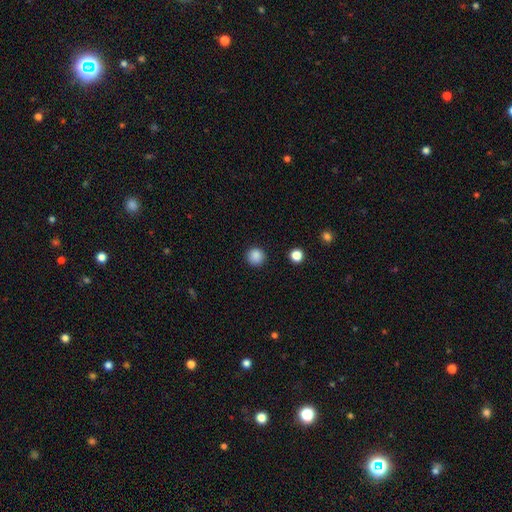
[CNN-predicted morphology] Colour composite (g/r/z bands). It shows a smooth galaxy with no disk features (87%) that is round (95%). Merging: none (92%).